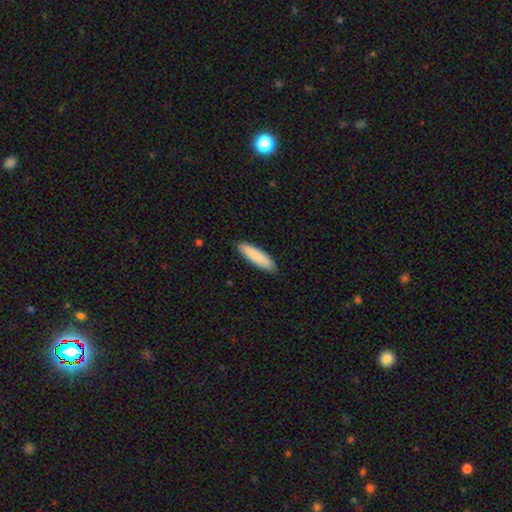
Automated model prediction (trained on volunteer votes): Overall: smooth (87%). How rounded: cigar-shaped (69%; in between 29%). Merging: none (88%).